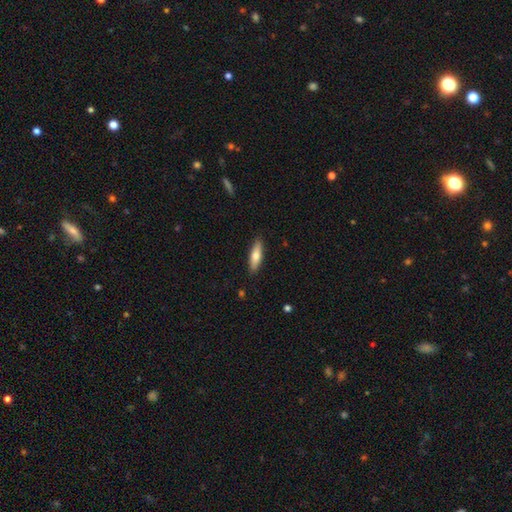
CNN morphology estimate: Overall: smooth (71%). How rounded: cigar-shaped (61%; in between 37%). Merging: none (89%).